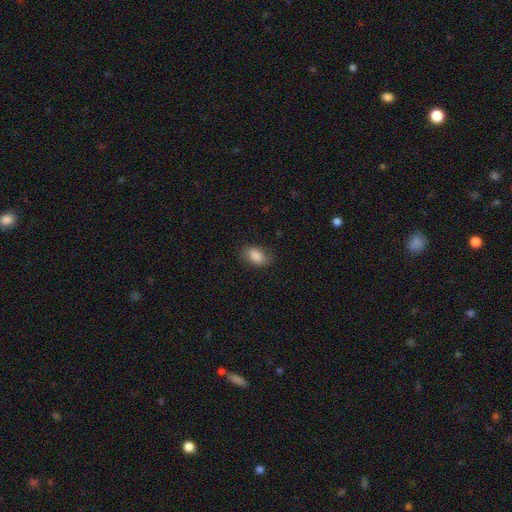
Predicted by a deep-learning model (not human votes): The model was most divided on "merging": none: 80%, minor disturbance: 15%, major disturbance: 4%, merger: 1%. More confident: how rounded — in between (91%); smooth or featured — smooth (87%).